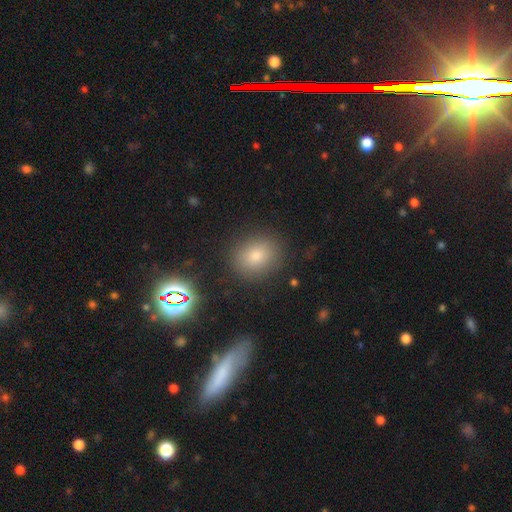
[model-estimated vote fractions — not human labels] Morphology: type=smooth (73%); roundness=round (64%); merging=none (86%).